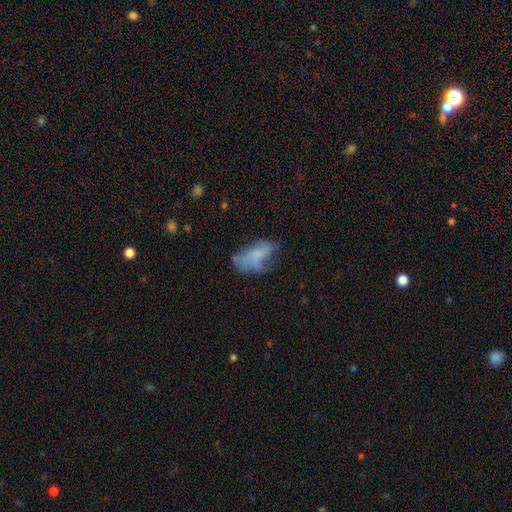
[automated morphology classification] Smooth or featured? Predicted: featured or disk (p=0.48). Merging? Predicted: none (p=0.35).